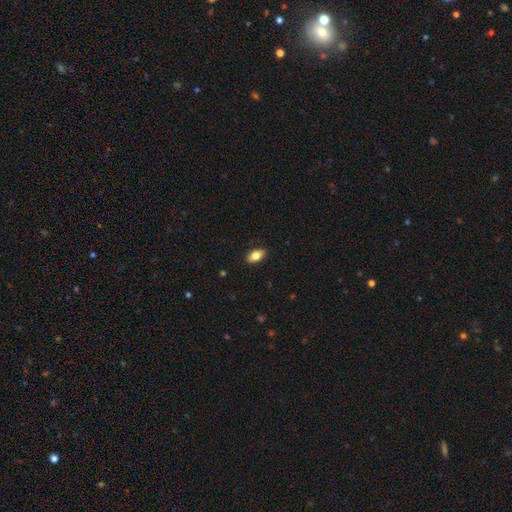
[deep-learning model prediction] smooth_or_featured: smooth (p=0.79) [alt: featured or disk p=0.13]
how_rounded: in between (p=0.90) [alt: round p=0.06]
merging: none (p=0.88) [alt: minor disturbance p=0.09]